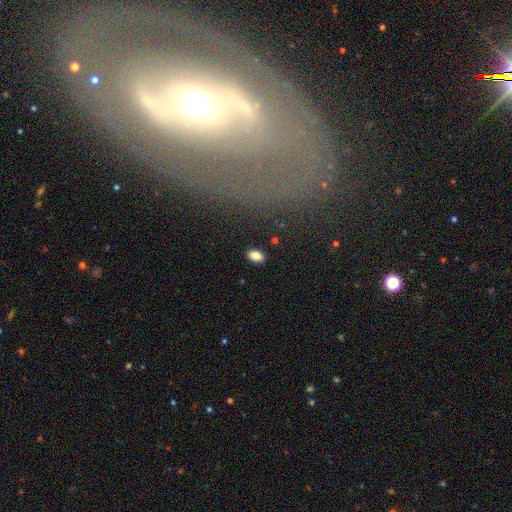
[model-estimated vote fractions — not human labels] smooth-or-featured: smooth: 85% | star or artifact: 9% | featured or disk: 6%
  how-rounded: in between: 89% | round: 10% | cigar-shaped: 2%
  merging: none: 87% | minor disturbance: 9% | major disturbance: 2% | merger: 1%